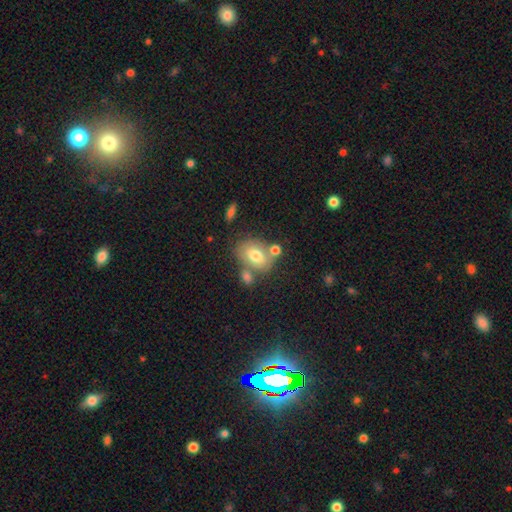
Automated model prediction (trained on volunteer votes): Morphology: type=smooth (69%); roundness=in between (75%); merging=none (54%).